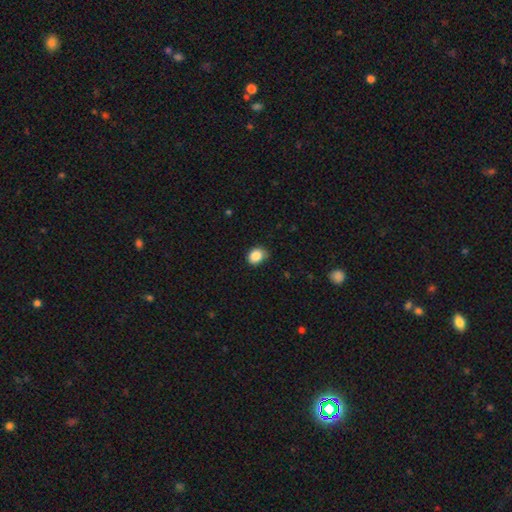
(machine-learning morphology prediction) Overall: smooth (86%). How rounded: round (52%; in between 47%). Merging: none (73%).